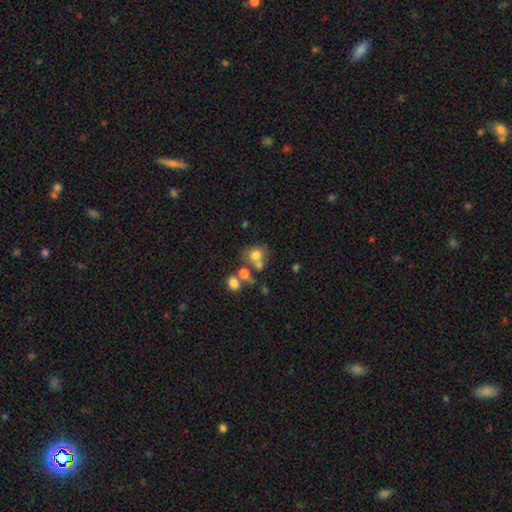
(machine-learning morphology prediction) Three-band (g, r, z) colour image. It shows a smooth galaxy with no disk features (70%) that is round (63%). Merging: merger (40%).